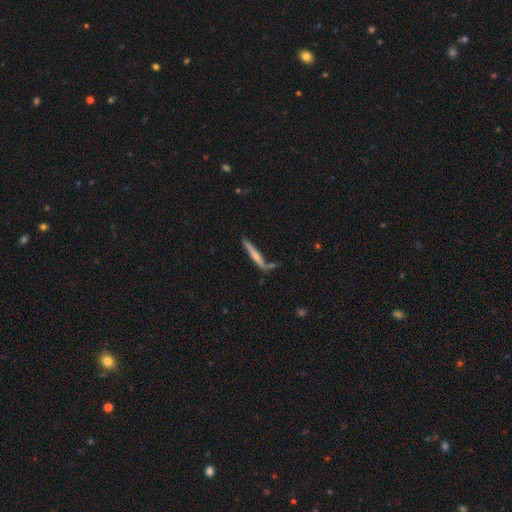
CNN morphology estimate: smooth_or_featured: featured or disk (p=0.48) [alt: smooth p=0.45]
merging: none (p=0.59) [alt: minor disturbance p=0.22]